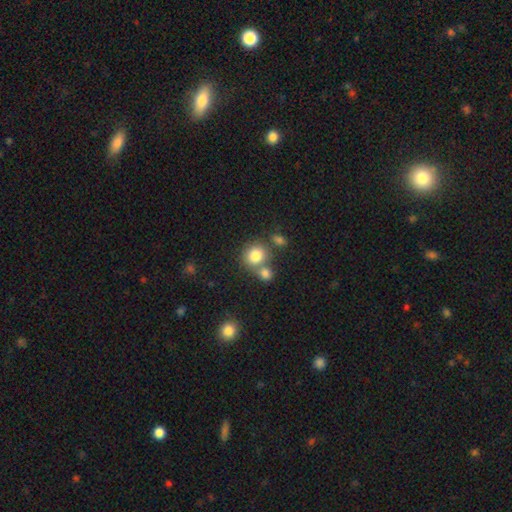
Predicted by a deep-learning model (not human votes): Q: Smooth or featured?
A: smooth (81%); runner-up: star or artifact (10%)
Q: How rounded?
A: round (80%); runner-up: in between (19%)
Q: Merging?
A: none (52%); runner-up: merger (34%)